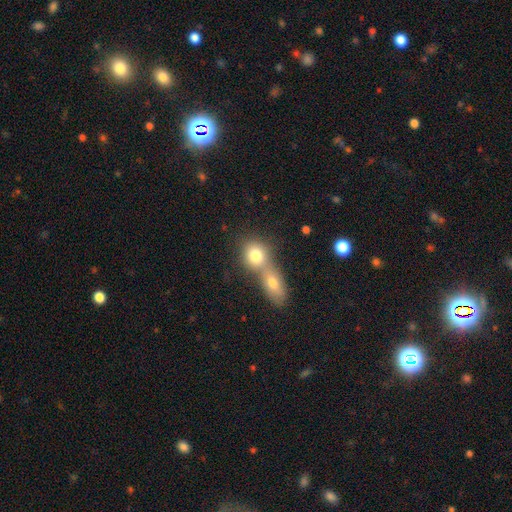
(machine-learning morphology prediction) type=smooth (78%); roundness=round (62%); merging=merger (61%).